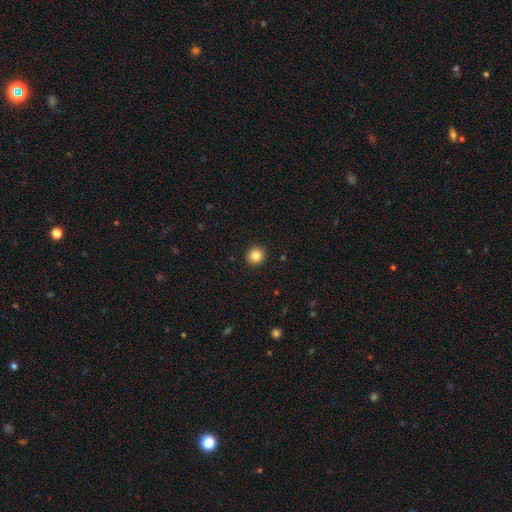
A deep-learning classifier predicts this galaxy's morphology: Smooth or featured? smooth (85%)
How rounded? round (91%)
Merging? none (93%)